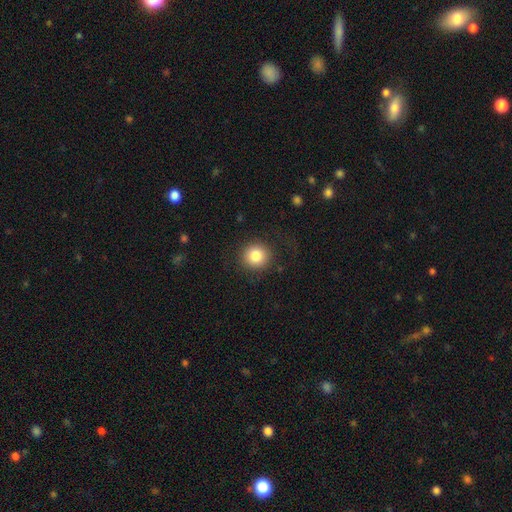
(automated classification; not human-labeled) Overall: smooth (83%). How rounded: round (92%). Merging: none (88%).